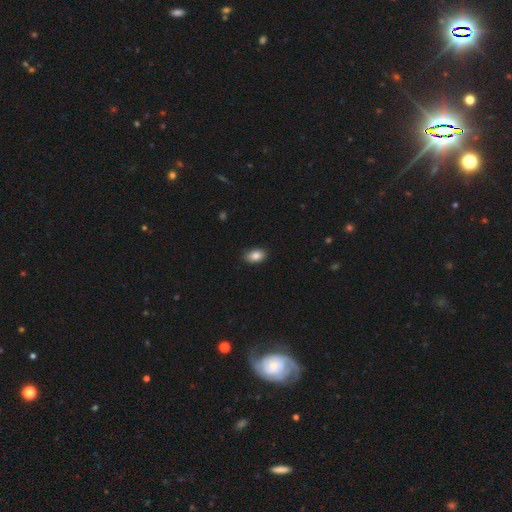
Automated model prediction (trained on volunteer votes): A smooth galaxy with no disk features (86%) that is in between round and cigar-shaped (88%). Merging: none (87%).